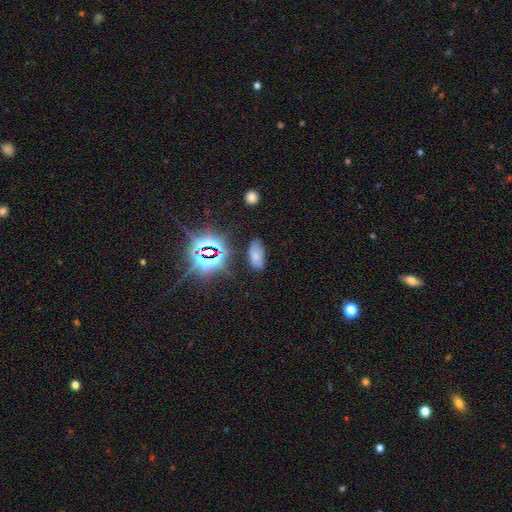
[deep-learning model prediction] Smooth or featured: smooth — 57% (star or artifact — 26%)
How rounded: in between — 93% (round — 4%)
Merging: none — 73% (minor disturbance — 19%)